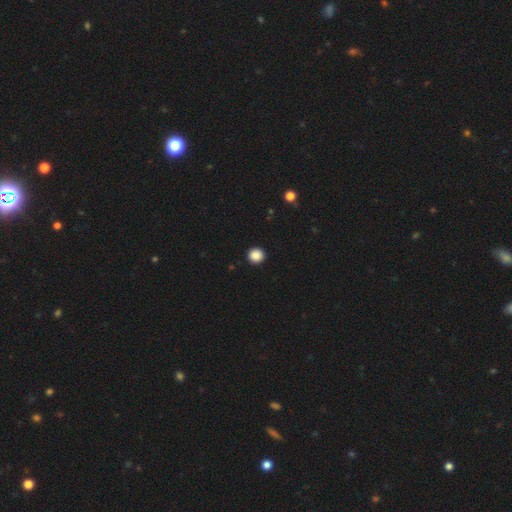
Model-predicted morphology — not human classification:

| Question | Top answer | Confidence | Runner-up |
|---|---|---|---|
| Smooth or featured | smooth | 88% | star or artifact (10%) |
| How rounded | round | 93% | in between (6%) |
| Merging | none | 94% | minor disturbance (4%) |